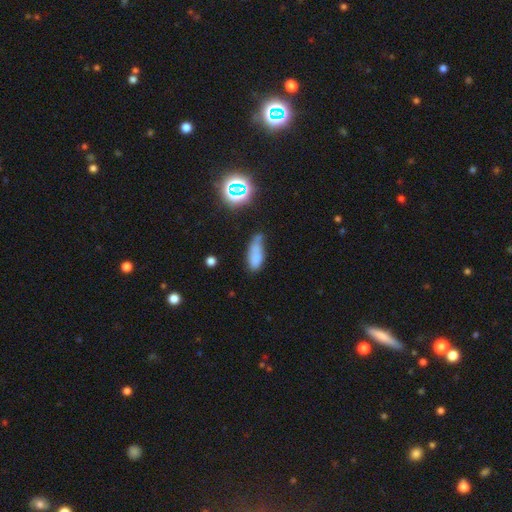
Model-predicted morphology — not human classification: Q: Smooth or featured?
A: smooth (69%); runner-up: featured or disk (18%)
Q: How rounded?
A: in between (69%); runner-up: cigar-shaped (27%)
Q: Merging?
A: minor disturbance (37%); runner-up: none (30%)